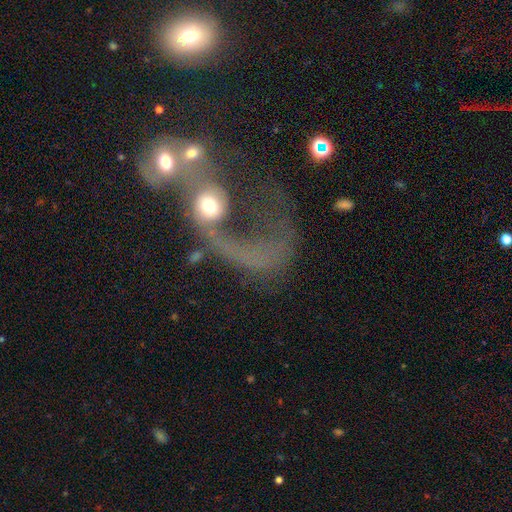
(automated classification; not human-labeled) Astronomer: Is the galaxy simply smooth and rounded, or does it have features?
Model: featured or disk — 55%.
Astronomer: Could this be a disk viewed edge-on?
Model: no — 95%.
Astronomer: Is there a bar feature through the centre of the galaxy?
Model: no — 78%.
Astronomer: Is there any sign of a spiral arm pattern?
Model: yes — 53% (runner-up: no, 47%).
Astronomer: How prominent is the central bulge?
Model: moderate — 47% (runner-up: small, 26%).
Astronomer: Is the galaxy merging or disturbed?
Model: merger — 43% (runner-up: major disturbance, 38%).